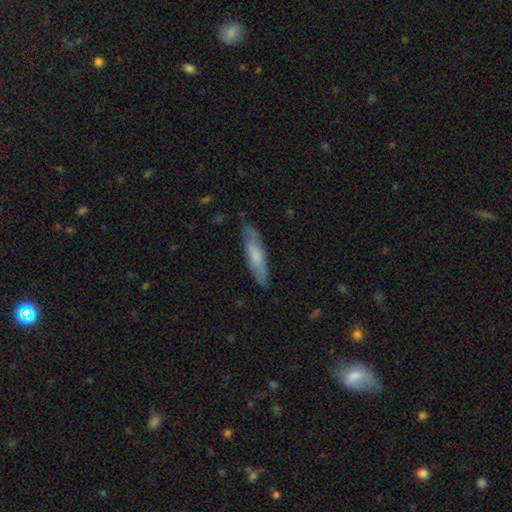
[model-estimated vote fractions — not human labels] Q: Smooth or featured?
A: smooth (61%); runner-up: featured or disk (33%)
Q: How rounded?
A: cigar-shaped (78%); runner-up: in between (20%)
Q: Merging?
A: none (77%); runner-up: minor disturbance (18%)